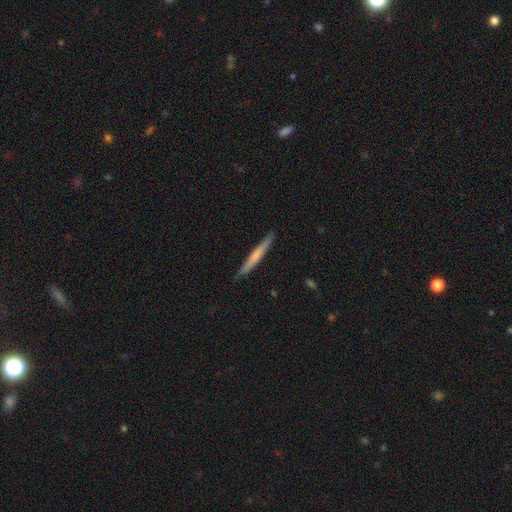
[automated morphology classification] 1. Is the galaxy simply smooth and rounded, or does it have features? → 58% smooth, 36% featured or disk, 5% star or artifact.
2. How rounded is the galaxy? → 97% cigar-shaped, 2% in between, 1% round.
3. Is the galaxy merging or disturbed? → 90% none, 8% minor disturbance, 1% major disturbance, 1% merger.